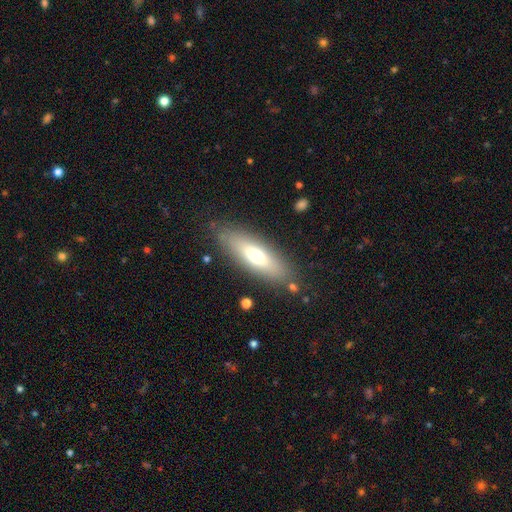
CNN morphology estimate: Smooth or featured?
  - smooth: 62% *
  - featured or disk: 31%
  - star or artifact: 7%
How rounded?
  - in between: 56% *
  - cigar-shaped: 41%
  - round: 2%
Merging?
  - none: 83% *
  - minor disturbance: 11%
  - major disturbance: 4%
  - merger: 2%